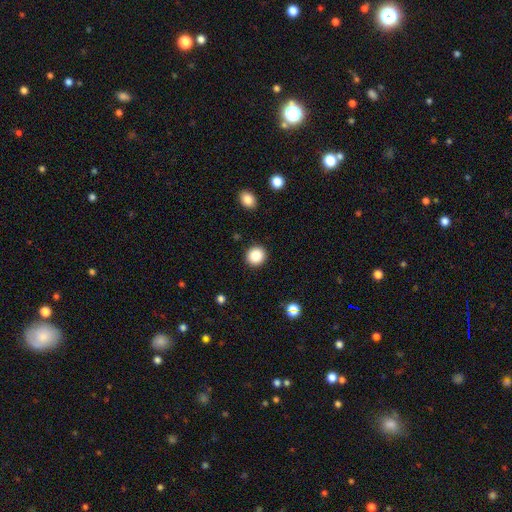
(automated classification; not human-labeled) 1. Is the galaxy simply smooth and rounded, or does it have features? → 87% smooth, 9% star or artifact, 4% featured or disk.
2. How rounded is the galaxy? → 92% round, 7% in between, 1% cigar-shaped.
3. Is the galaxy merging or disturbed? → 91% none, 5% minor disturbance, 2% major disturbance, 1% merger.